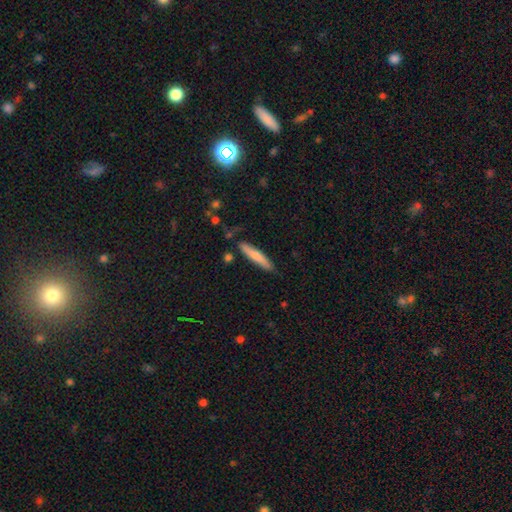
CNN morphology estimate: Smooth or featured: smooth — 66% (featured or disk — 29%)
How rounded: cigar-shaped — 89% (in between — 9%)
Merging: none — 82% (minor disturbance — 13%)